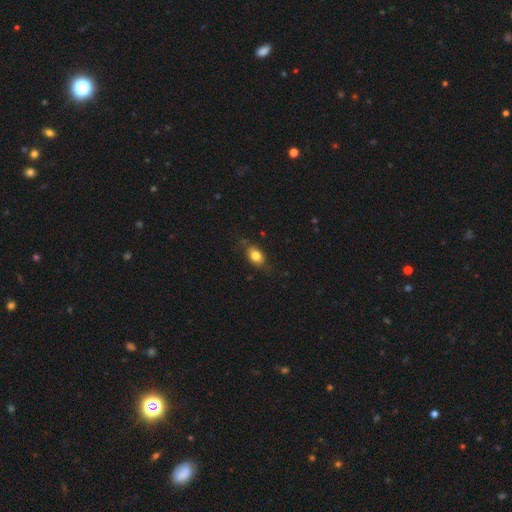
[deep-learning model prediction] Smooth or featured? Predicted: smooth (p=0.80). How rounded? Predicted: in between (p=0.81). Merging? Predicted: none (p=0.74).